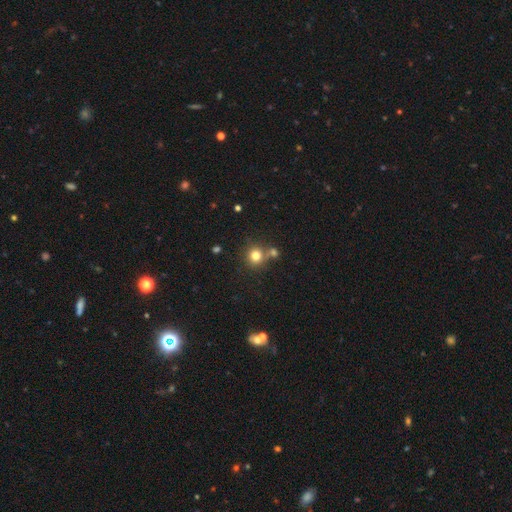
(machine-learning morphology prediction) Overall: smooth (78%). How rounded: round (90%). Merging: none (64%).